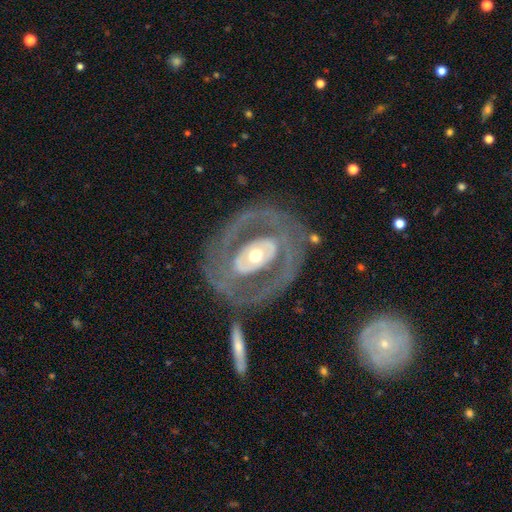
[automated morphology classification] featured or disk 80%, smooth 16%, star or artifact 5%. Down the decision tree: edge-on disk — no (95%); bar — no (60%); spiral arms — yes (56%); bulge size — moderate (67%); merging — none (71%).